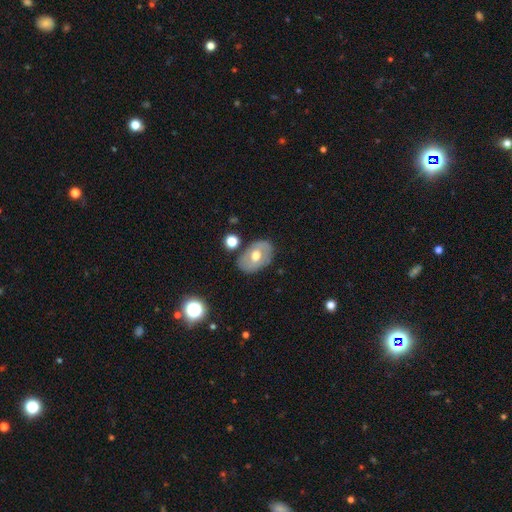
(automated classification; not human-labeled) Morphology: type=smooth (48%); merging=none (76%).